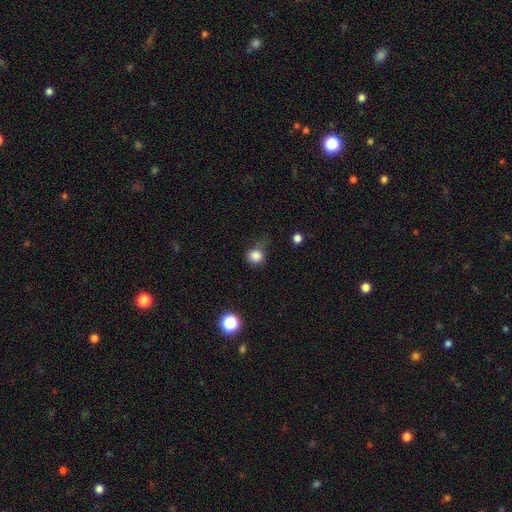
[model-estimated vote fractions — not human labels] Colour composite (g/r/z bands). It shows a smooth galaxy with no disk features (83%) that is round (84%). Merging: none (50%).